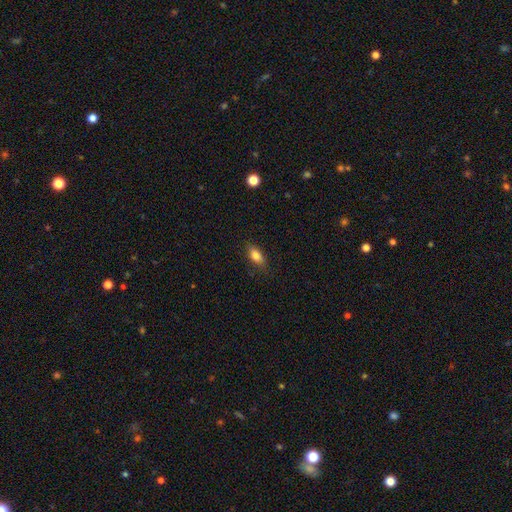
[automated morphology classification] A smooth galaxy with no disk features (82%) that is in between round and cigar-shaped (84%).

Vote fractions:
- Smooth or featured? smooth: 82% / featured or disk: 9% / star or artifact: 8%
- How rounded? in between: 84% / cigar-shaped: 10% / round: 6%
- Merging? none: 81% / minor disturbance: 14% / major disturbance: 3% / merger: 1%